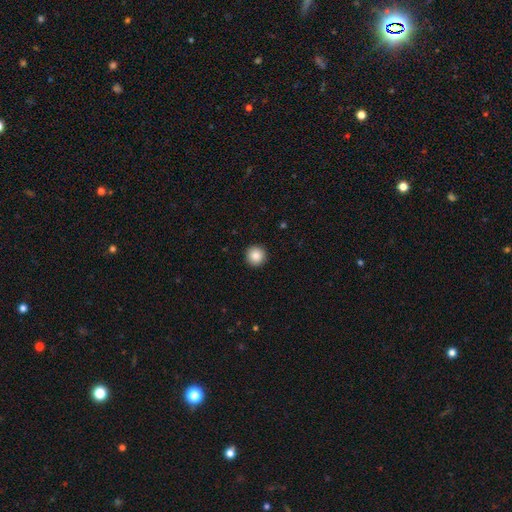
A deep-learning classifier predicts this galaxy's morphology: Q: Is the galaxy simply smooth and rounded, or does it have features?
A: smooth — 87%.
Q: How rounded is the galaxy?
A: round — 96%.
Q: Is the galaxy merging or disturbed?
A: none — 93%.